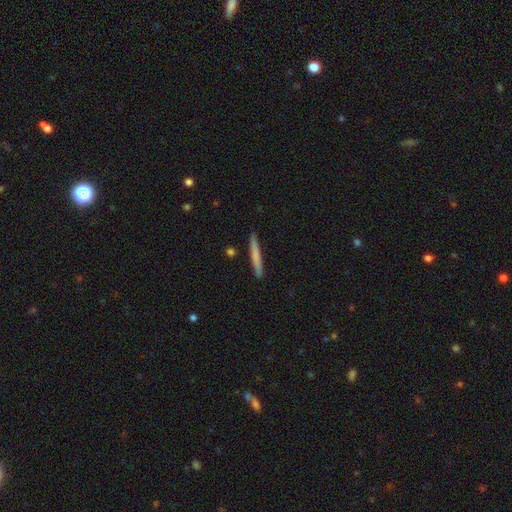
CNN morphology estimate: A smooth galaxy with no disk features (68%) that is cigar-shaped (96%). Merging: none (90%).